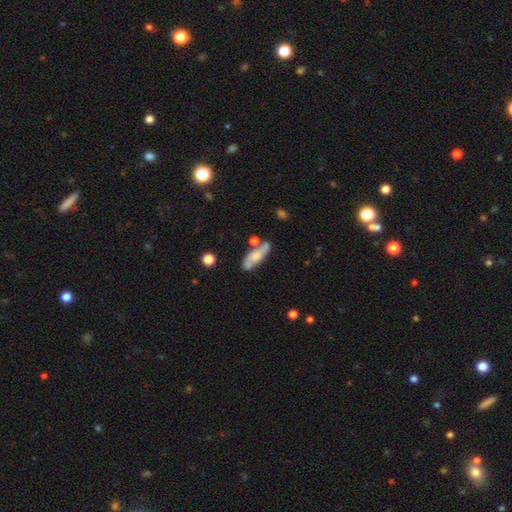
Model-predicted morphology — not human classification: smooth-or-featured: smooth: 48% | featured or disk: 45% | star or artifact: 7%
  merging: none: 59% | minor disturbance: 19% | merger: 15% | major disturbance: 6%